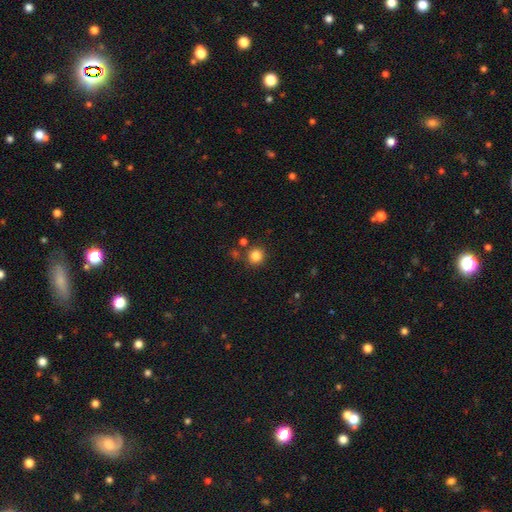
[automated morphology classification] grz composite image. It shows a smooth galaxy with no disk features (84%) that is round (92%). Merging: none (83%).